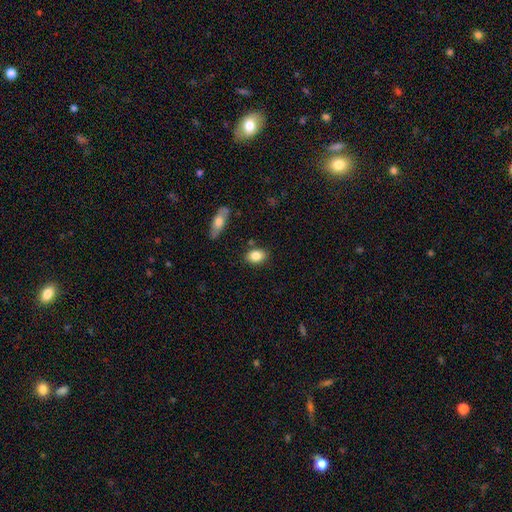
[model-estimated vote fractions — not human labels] This appears to be a smooth galaxy with no disk features (83%) that is in between round and cigar-shaped (77%). Merging: none (82%).